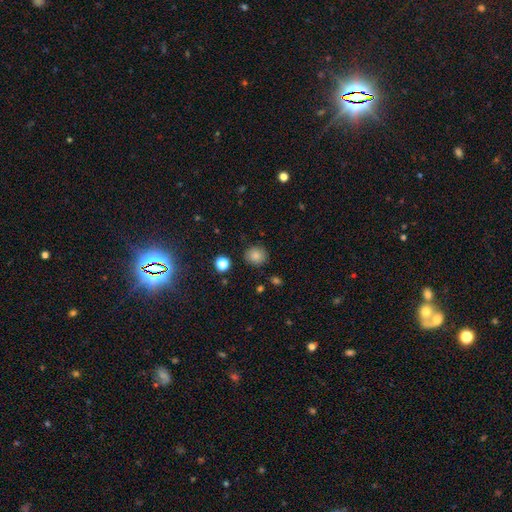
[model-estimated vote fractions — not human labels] Smooth or featured: smooth — 84% (star or artifact — 11%)
How rounded: round — 84% (in between — 15%)
Merging: none — 86% (minor disturbance — 9%)